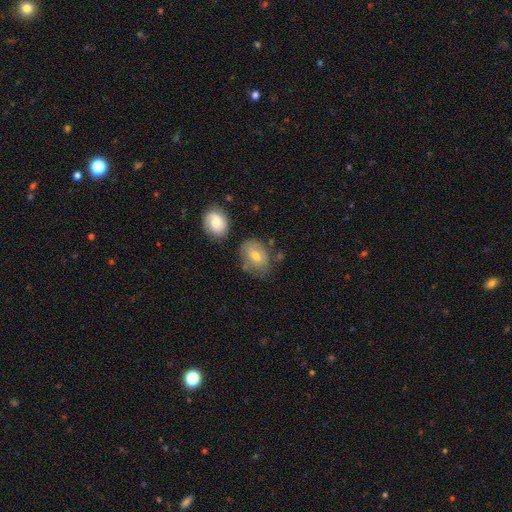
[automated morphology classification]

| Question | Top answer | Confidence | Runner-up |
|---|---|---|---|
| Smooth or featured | smooth | 58% | featured or disk (35%) |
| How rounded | in between | 67% | round (32%) |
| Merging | none | 59% | minor disturbance (25%) |